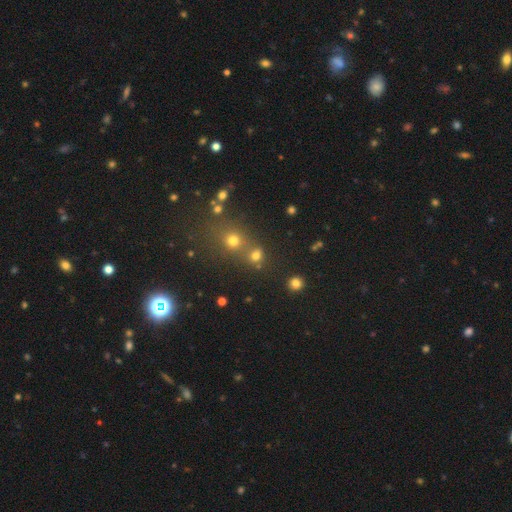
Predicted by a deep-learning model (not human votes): This appears to be a smooth galaxy with no disk features (70%) that is round (75%). Merging: none (54%).